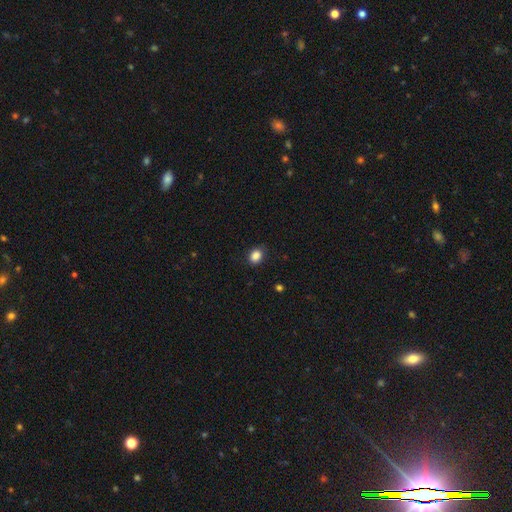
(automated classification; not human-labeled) This appears to be a smooth galaxy with no disk features (87%) that is in between round and cigar-shaped (52%). Merging: none (85%).